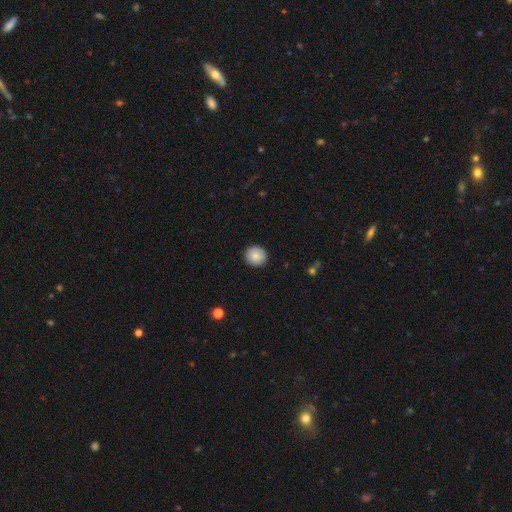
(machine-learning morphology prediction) This is clearly a smooth galaxy (86%). How rounded: clearly round (90%). Merging: clearly none (92%).